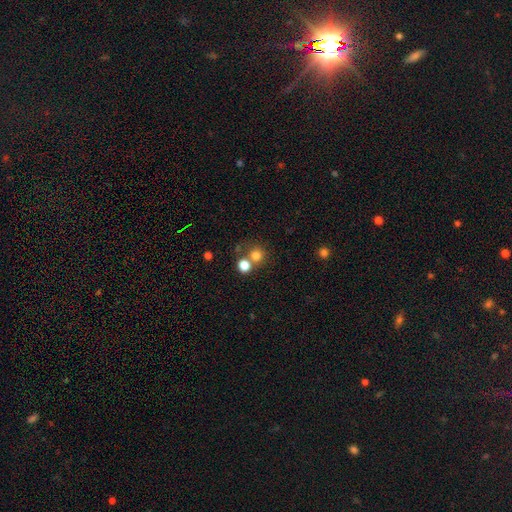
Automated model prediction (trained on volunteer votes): A smooth galaxy with no disk features (77%) that is round (91%). Merging: none (62%).